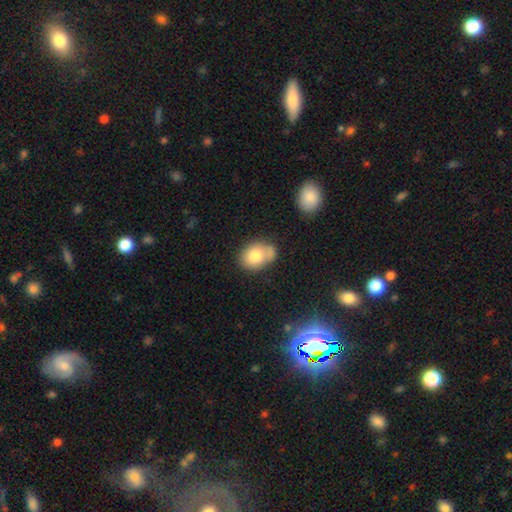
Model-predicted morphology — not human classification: smooth_or_featured: smooth (p=0.78) [alt: featured or disk p=0.14]
how_rounded: in between (p=0.65) [alt: round p=0.33]
merging: none (p=0.50) [alt: merger p=0.22]